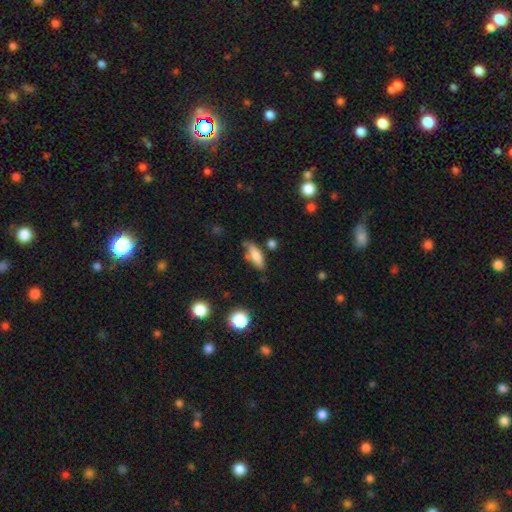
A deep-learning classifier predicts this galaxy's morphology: Smooth or featured? smooth (76%)
How rounded? in between (60%)
Merging? none (63%)